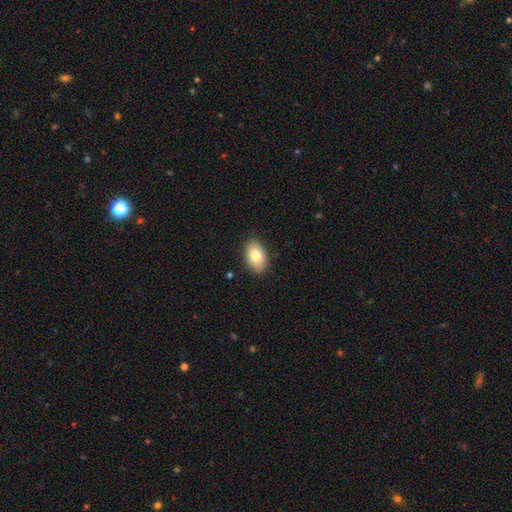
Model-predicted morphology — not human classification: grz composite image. It shows a smooth galaxy with no disk features (81%) that is in between round and cigar-shaped (90%). Merging: none (88%).